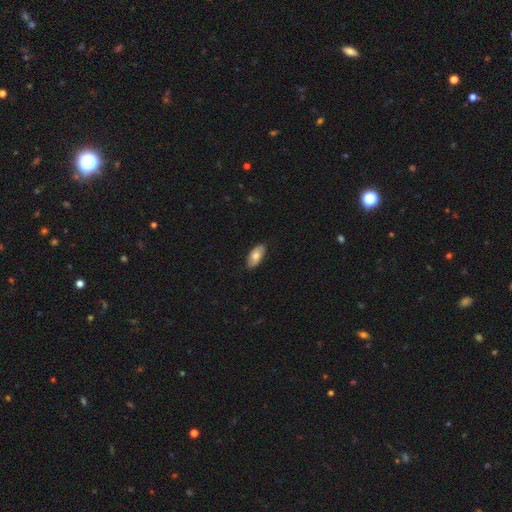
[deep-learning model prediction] smooth-or-featured: smooth: 71% | featured or disk: 23% | star or artifact: 6%
  how-rounded: in between: 93% | cigar-shaped: 5% | round: 3%
  merging: none: 86% | minor disturbance: 11% | major disturbance: 2% | merger: 1%